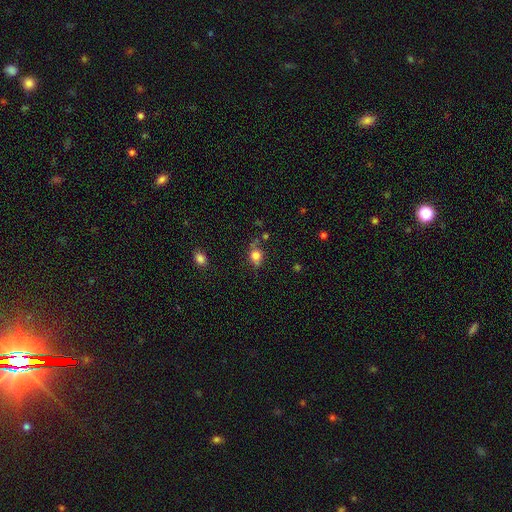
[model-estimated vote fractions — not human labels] This is likely a smooth galaxy (77%). How rounded: likely round (63%). Merging: likely none (60%).